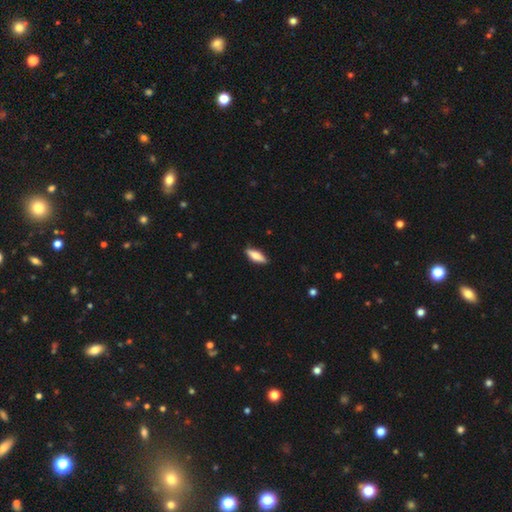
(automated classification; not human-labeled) This appears to be a smooth galaxy with no disk features (73%) that is in between round and cigar-shaped (59%). Merging: none (85%).